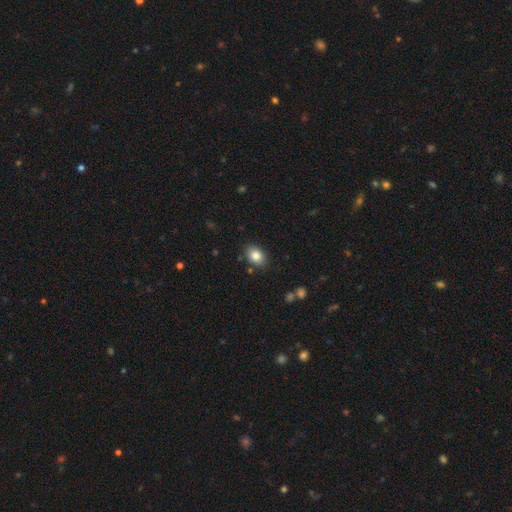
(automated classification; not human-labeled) Smooth or featured: smooth — 83% (star or artifact — 9%)
How rounded: in between — 72% (round — 27%)
Merging: none — 85% (minor disturbance — 10%)